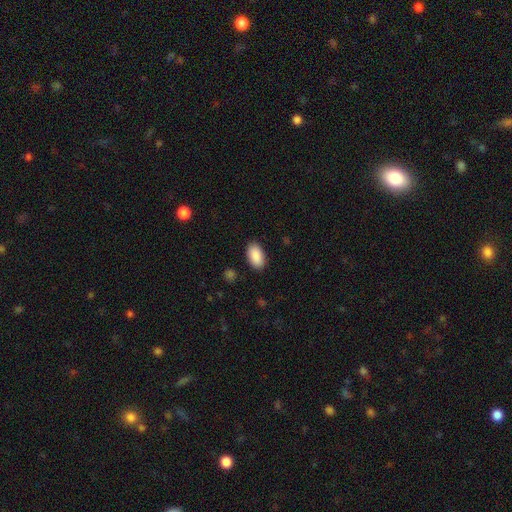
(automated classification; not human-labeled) The model was most divided on "merging": none: 88%, minor disturbance: 8%, major disturbance: 2%, merger: 1%. More confident: how rounded — in between (95%); smooth or featured — smooth (90%).